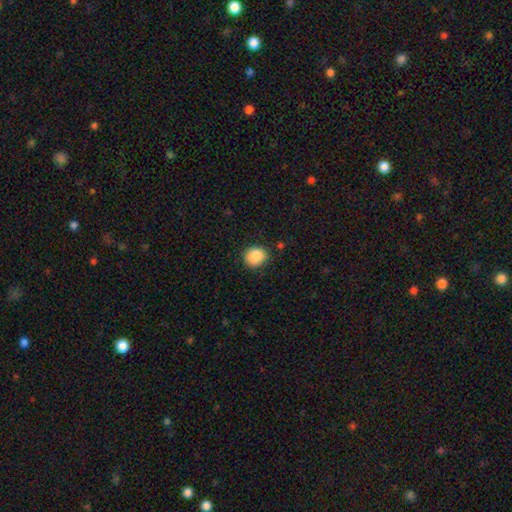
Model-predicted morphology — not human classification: A smooth galaxy with no disk features (88%) that is round (80%).

Vote fractions:
- Smooth or featured? smooth: 88% / star or artifact: 9% / featured or disk: 4%
- How rounded? round: 80% / in between: 19% / cigar-shaped: 1%
- Merging? none: 85% / minor disturbance: 11% / major disturbance: 3% / merger: 1%